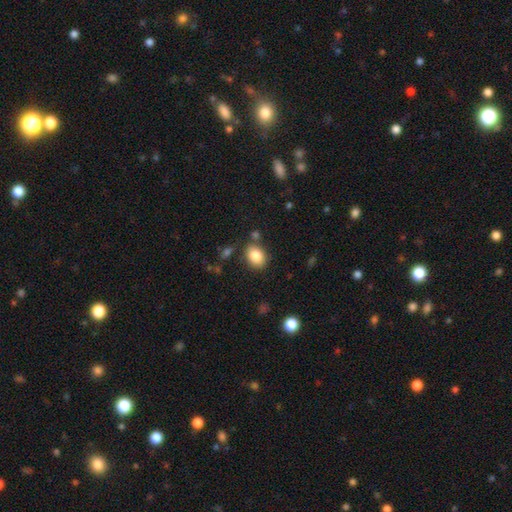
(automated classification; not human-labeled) The model was most divided on "how rounded": in between: 73%, round: 26%, cigar-shaped: 1%. More confident: smooth or featured — smooth (84%); merging — none (77%).